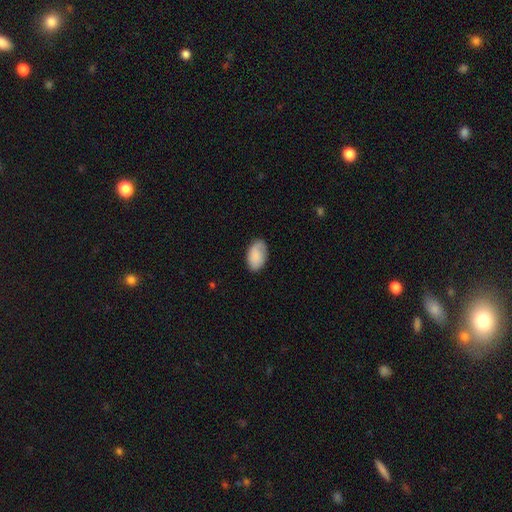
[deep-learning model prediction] Q: Smooth or featured?
A: smooth (82%); runner-up: featured or disk (12%)
Q: How rounded?
A: in between (93%); runner-up: round (6%)
Q: Merging?
A: none (75%); runner-up: minor disturbance (19%)